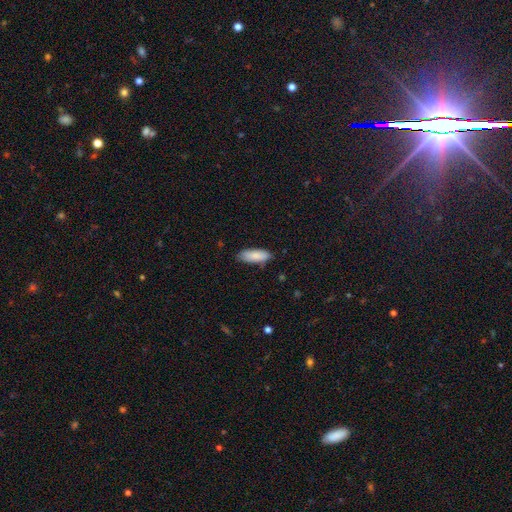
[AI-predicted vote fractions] A smooth galaxy with no disk features (87%) that is in between round and cigar-shaped (70%).

Vote fractions:
- Smooth or featured? smooth: 87% / featured or disk: 7% / star or artifact: 6%
- How rounded? in between: 70% / cigar-shaped: 28% / round: 2%
- Merging? none: 80% / minor disturbance: 16% / major disturbance: 2% / merger: 1%